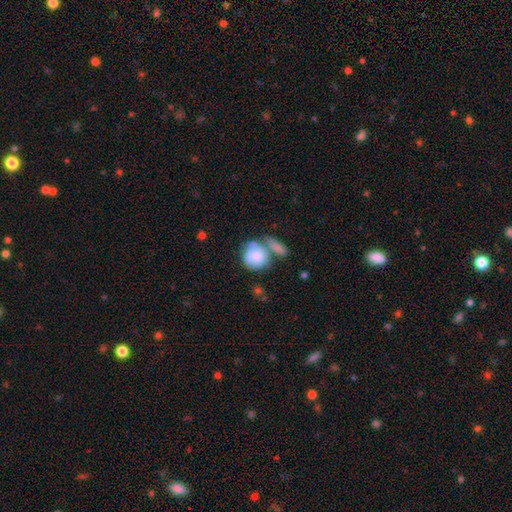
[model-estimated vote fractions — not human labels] Overall: smooth (68%). How rounded: round (76%). Merging: merger (39%; none 31%).